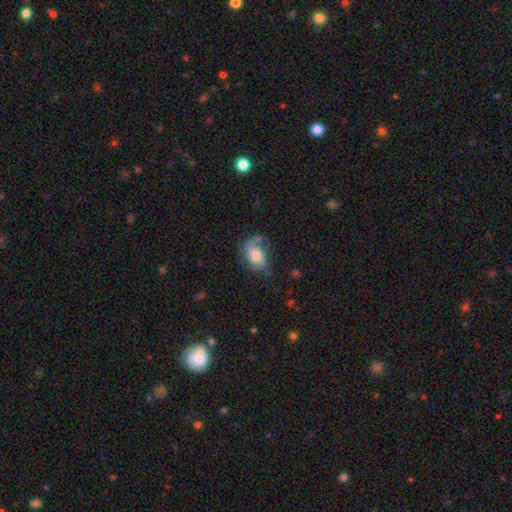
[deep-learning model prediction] A featured or disk galaxy (48%). Merging: none (47%).